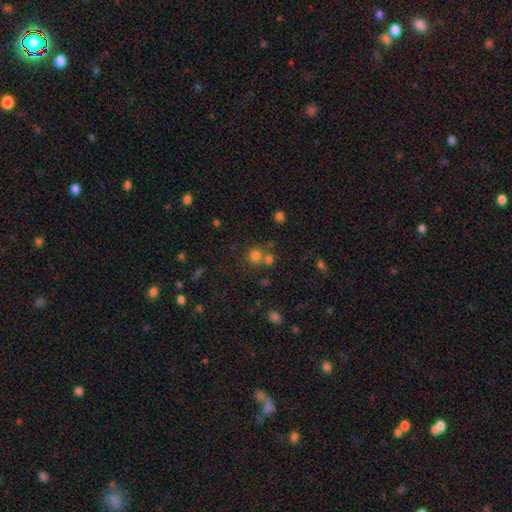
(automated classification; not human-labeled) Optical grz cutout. It shows a smooth galaxy with no disk features (73%) that is round (85%). Merging: none (59%).